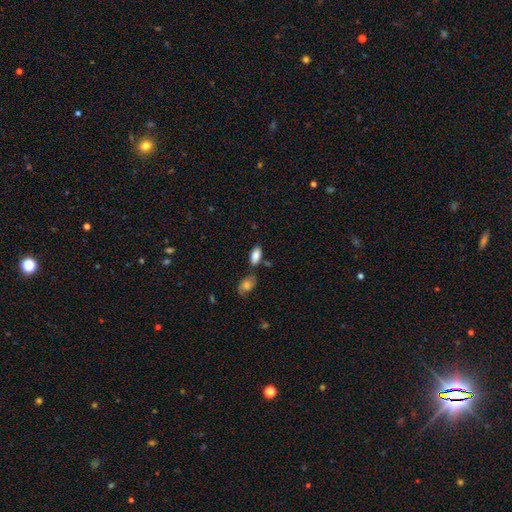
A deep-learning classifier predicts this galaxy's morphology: Smooth or featured? smooth (86%)
How rounded? in between (90%)
Merging? none (68%)